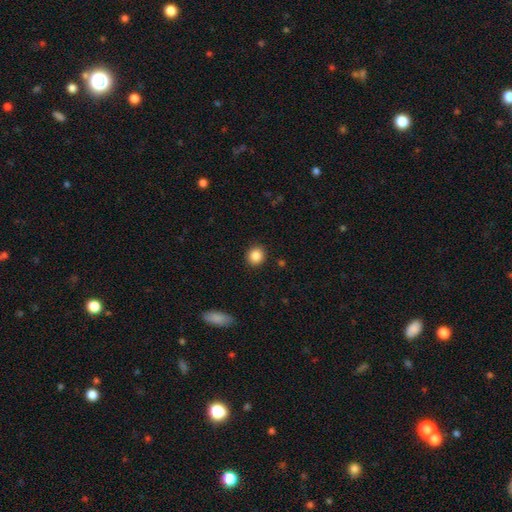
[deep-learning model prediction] smooth_or_featured: smooth (p=0.86) [alt: star or artifact p=0.09]
how_rounded: round (p=0.81) [alt: in between p=0.18]
merging: none (p=0.90) [alt: minor disturbance p=0.06]